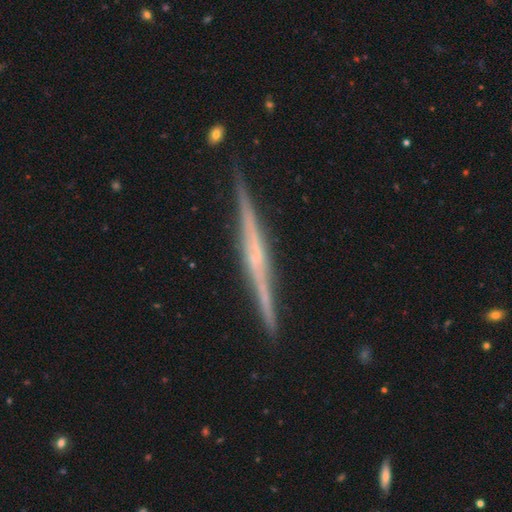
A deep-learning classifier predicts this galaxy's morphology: This appears to be a featured or disk galaxy (81%) viewed edge-on (98%) with no central bulge (47%). Merging: none (91%).